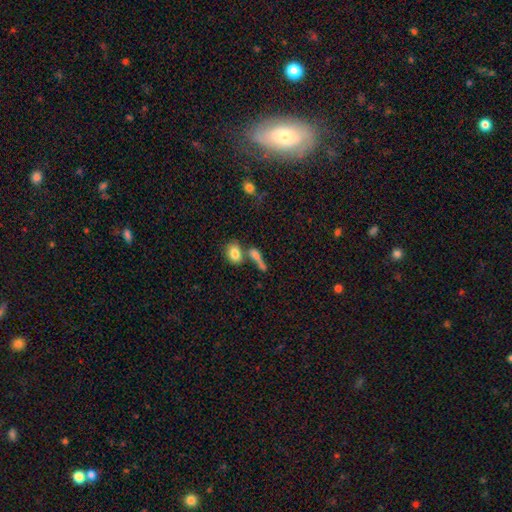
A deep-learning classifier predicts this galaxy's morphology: A smooth galaxy with no disk features (65%) that is in between round and cigar-shaped (52%).

Vote fractions:
- Smooth or featured? smooth: 65% / featured or disk: 22% / star or artifact: 13%
- How rounded? in between: 52% / cigar-shaped: 29% / round: 20%
- Merging? none: 44% / merger: 37% / minor disturbance: 12% / major disturbance: 8%